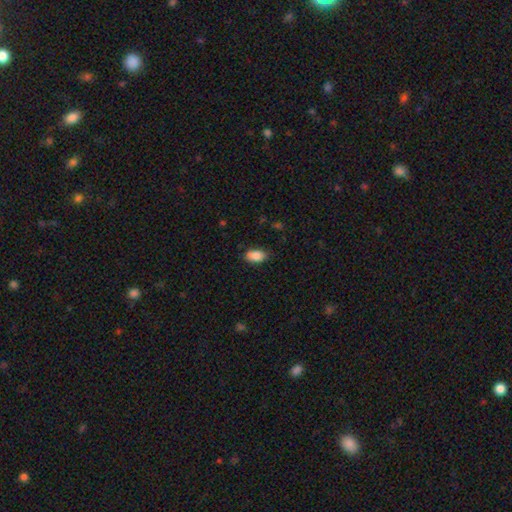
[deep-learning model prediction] Smooth or featured? Predicted: smooth (p=0.87). How rounded? Predicted: in between (p=0.92). Merging? Predicted: none (p=0.82).